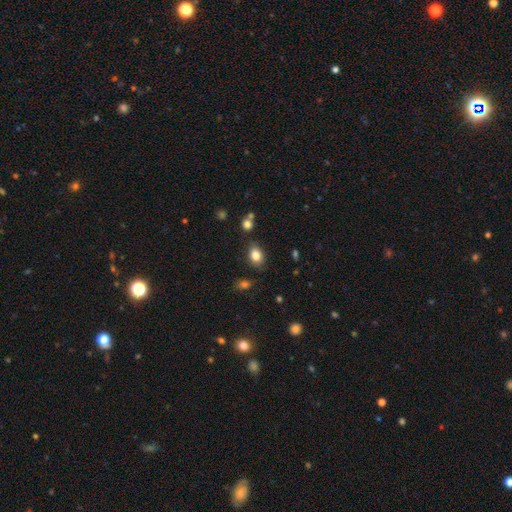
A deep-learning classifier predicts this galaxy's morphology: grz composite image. It shows a smooth galaxy with no disk features (83%) that is in between round and cigar-shaped (76%). Merging: none (80%).